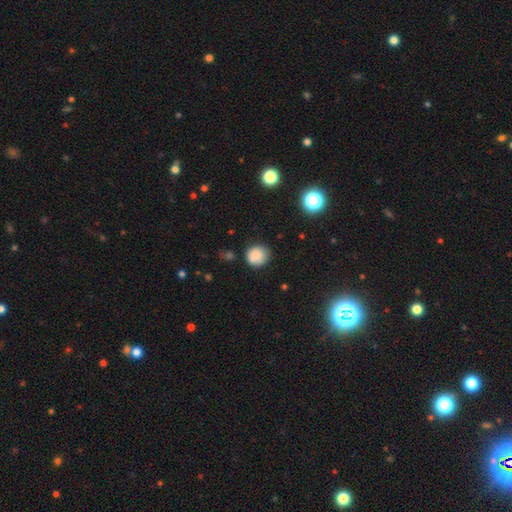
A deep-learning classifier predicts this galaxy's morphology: Smooth or featured?
  - smooth: 82% *
  - star or artifact: 10%
  - featured or disk: 8%
How rounded?
  - round: 88% *
  - in between: 11%
  - cigar-shaped: 1%
Merging?
  - none: 73% *
  - minor disturbance: 18%
  - merger: 4%
  - major disturbance: 4%